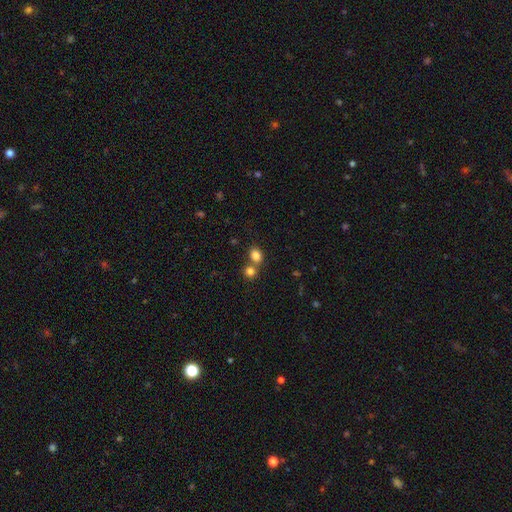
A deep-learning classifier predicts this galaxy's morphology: smooth 83%, star or artifact 11%, featured or disk 6%. Down the decision tree: how rounded — in between (55%); merging — none (51%).